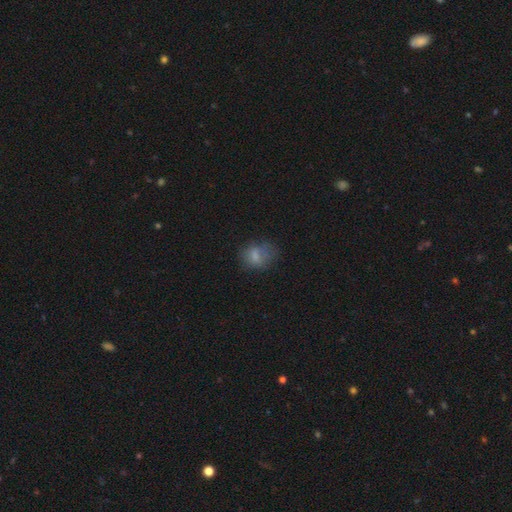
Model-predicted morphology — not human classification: A smooth galaxy with no disk features (68%) that is in between round and cigar-shaped (57%). Merging: none (51%).